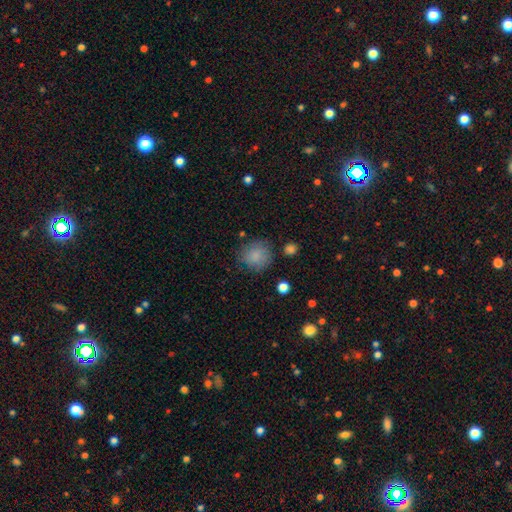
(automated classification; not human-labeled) Smooth or featured? smooth (85%)
How rounded? round (88%)
Merging? none (77%)